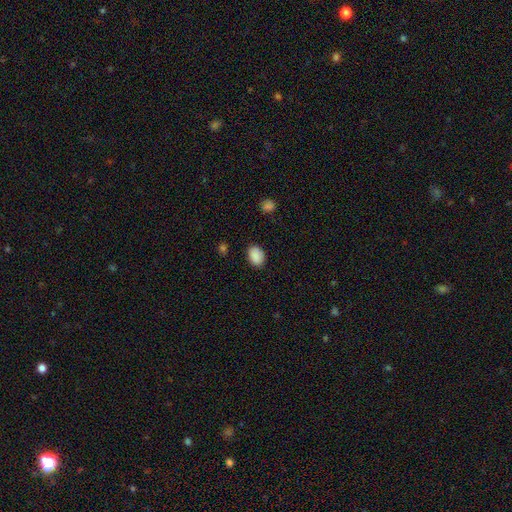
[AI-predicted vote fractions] smooth-or-featured: smooth: 89% | star or artifact: 8% | featured or disk: 3%
  how-rounded: in between: 78% | round: 21% | cigar-shaped: 1%
  merging: none: 85% | minor disturbance: 11% | major disturbance: 3% | merger: 1%